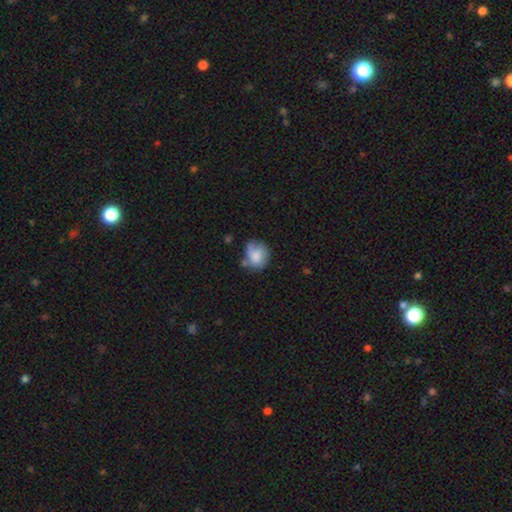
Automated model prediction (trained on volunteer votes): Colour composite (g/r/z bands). It shows a smooth galaxy with no disk features (68%) that is round (66%). Merging: none (45%).